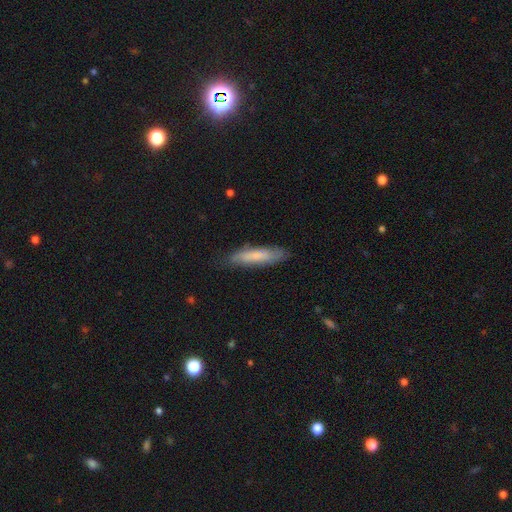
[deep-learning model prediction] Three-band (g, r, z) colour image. It shows a smooth galaxy with no disk features (72%) that is cigar-shaped (80%). Merging: none (80%).